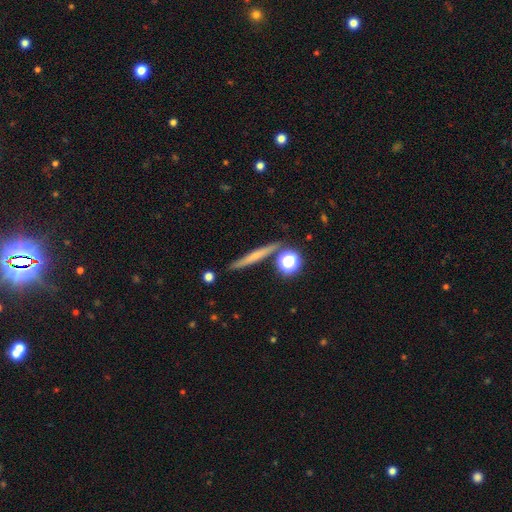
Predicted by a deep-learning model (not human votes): This is possibly a featured or disk galaxy (45%). Merging: clearly none (86%).